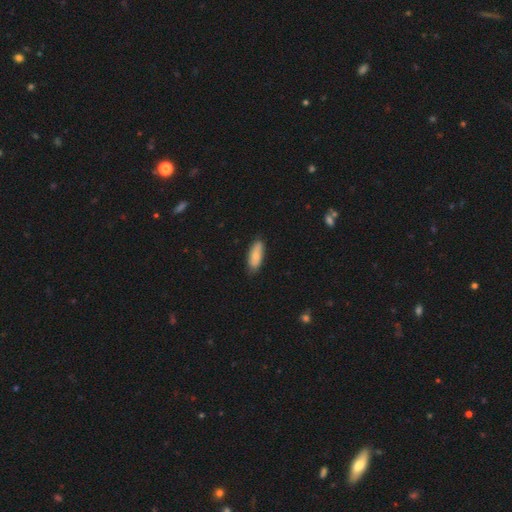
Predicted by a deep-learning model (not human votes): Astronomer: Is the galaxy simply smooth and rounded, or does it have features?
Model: smooth — 78%.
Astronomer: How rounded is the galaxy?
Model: in between — 70%.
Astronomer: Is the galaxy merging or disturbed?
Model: none — 80%.